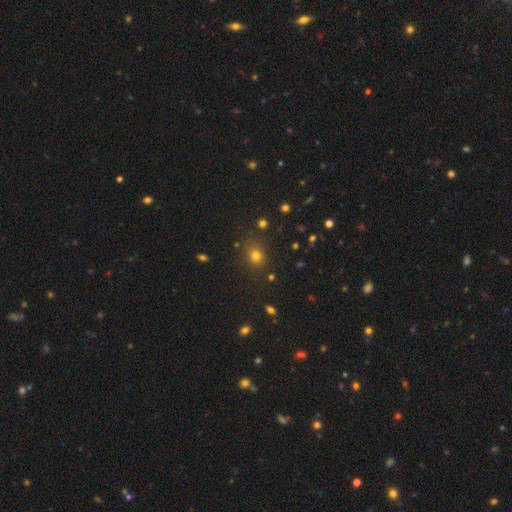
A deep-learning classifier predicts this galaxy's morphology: Smooth or featured: smooth — 71% (star or artifact — 21%)
How rounded: round — 68% (in between — 31%)
Merging: none — 83% (minor disturbance — 11%)